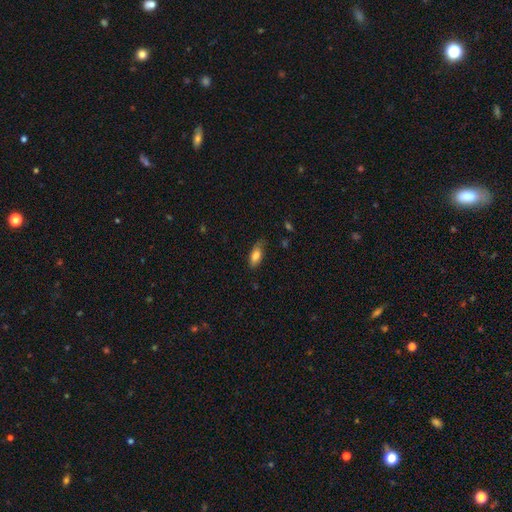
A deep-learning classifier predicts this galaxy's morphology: A smooth galaxy with no disk features (82%) that is in between round and cigar-shaped (85%). Merging: none (68%).